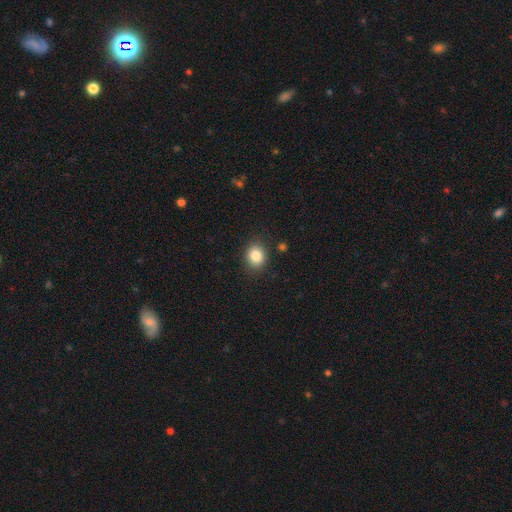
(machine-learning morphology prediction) Overall: smooth (85%). How rounded: round (61%; in between 39%). Merging: none (86%).